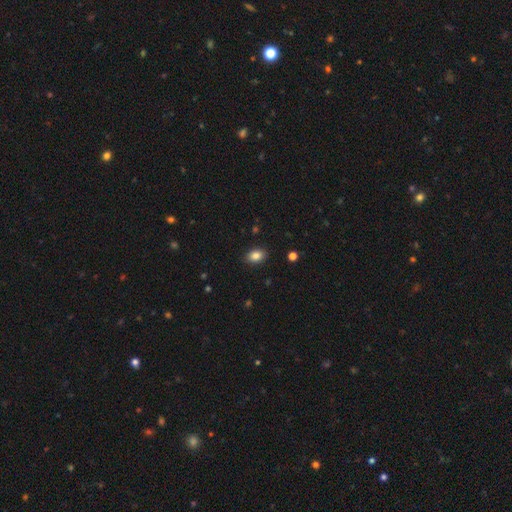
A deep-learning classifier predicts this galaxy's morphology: This appears to be a smooth galaxy with no disk features (85%) that is in between round and cigar-shaped (80%). Merging: none (89%).